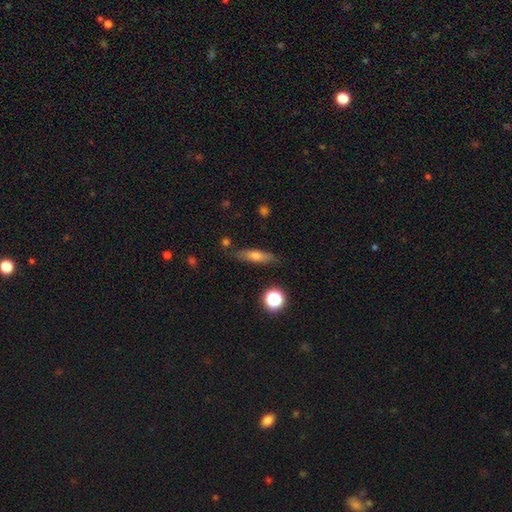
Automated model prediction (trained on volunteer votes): Smooth or featured: smooth — 61% (featured or disk — 29%)
How rounded: cigar-shaped — 62% (in between — 33%)
Merging: none — 80% (minor disturbance — 13%)